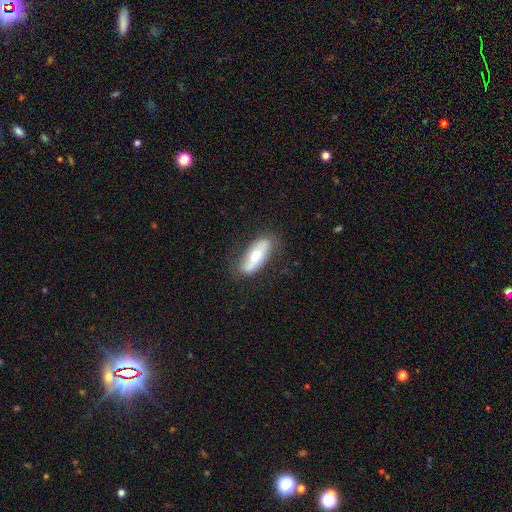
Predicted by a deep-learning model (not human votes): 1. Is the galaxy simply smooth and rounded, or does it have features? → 48% featured or disk, 46% smooth, 6% star or artifact.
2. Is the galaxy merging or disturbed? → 77% none, 17% minor disturbance, 5% major disturbance, 1% merger.